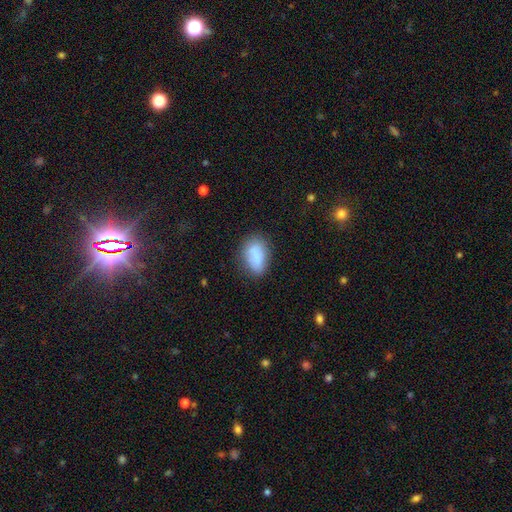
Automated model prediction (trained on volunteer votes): This appears to be a smooth galaxy with no disk features (80%) that is in between round and cigar-shaped (87%). Merging: none (68%).